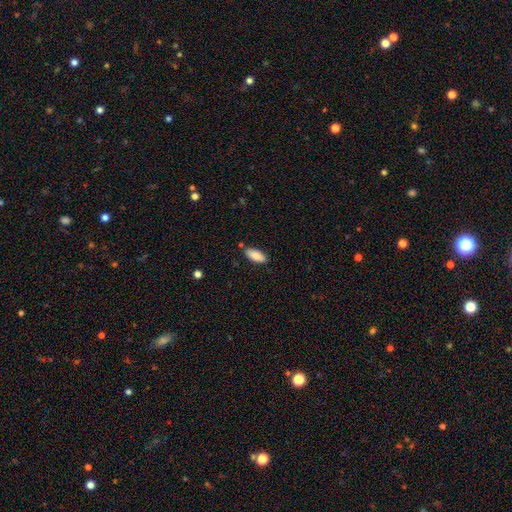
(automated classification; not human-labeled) Morphology: type=smooth (87%); roundness=in between (83%); merging=none (82%).